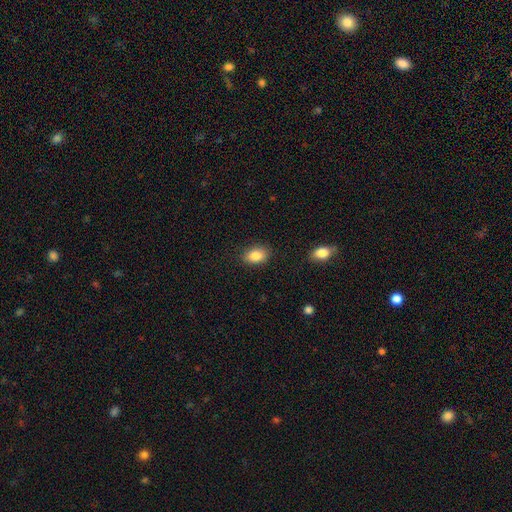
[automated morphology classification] Smooth or featured?
  - smooth: 85% *
  - star or artifact: 8%
  - featured or disk: 7%
How rounded?
  - in between: 84% *
  - round: 15%
  - cigar-shaped: 1%
Merging?
  - none: 86% *
  - minor disturbance: 10%
  - major disturbance: 3%
  - merger: 1%